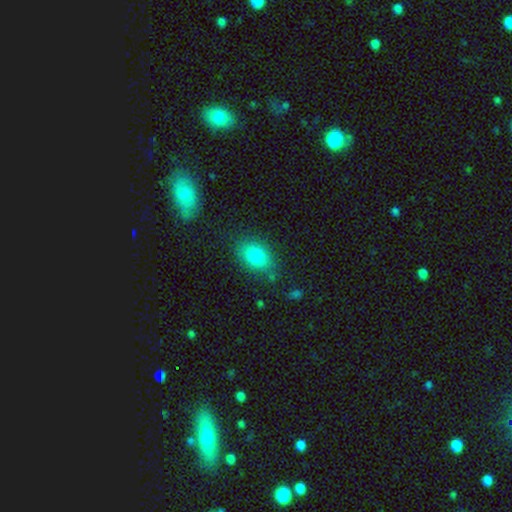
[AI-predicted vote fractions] This is clearly a smooth galaxy (84%). How rounded: clearly in between (81%). Merging: likely none (76%).